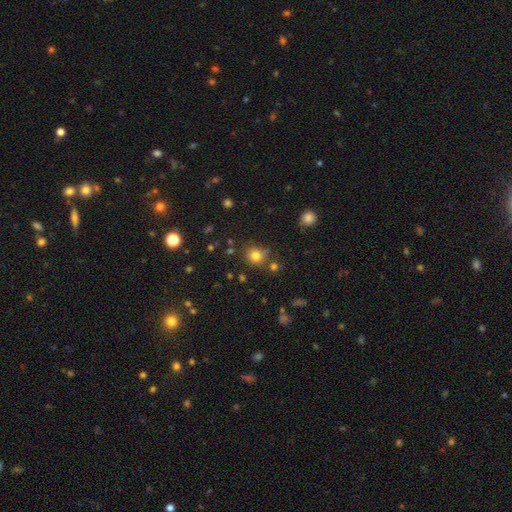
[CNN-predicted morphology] smooth-or-featured: smooth: 78% | star or artifact: 15% | featured or disk: 7%
  how-rounded: round: 82% | in between: 17% | cigar-shaped: 1%
  merging: none: 74% | minor disturbance: 13% | merger: 8% | major disturbance: 4%